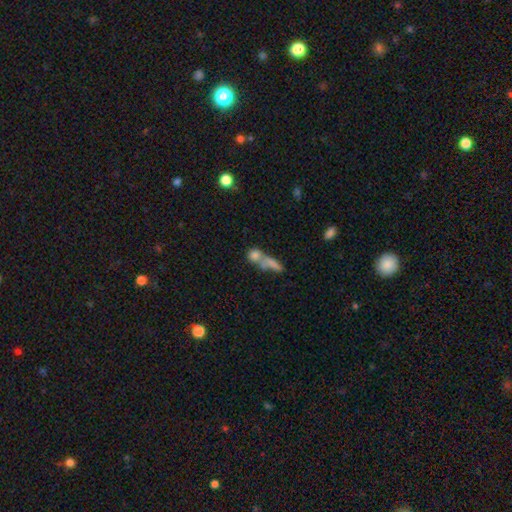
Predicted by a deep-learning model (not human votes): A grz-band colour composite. It shows a smooth galaxy with no disk features (71%) that is round (53%). Merging: merger (50%).